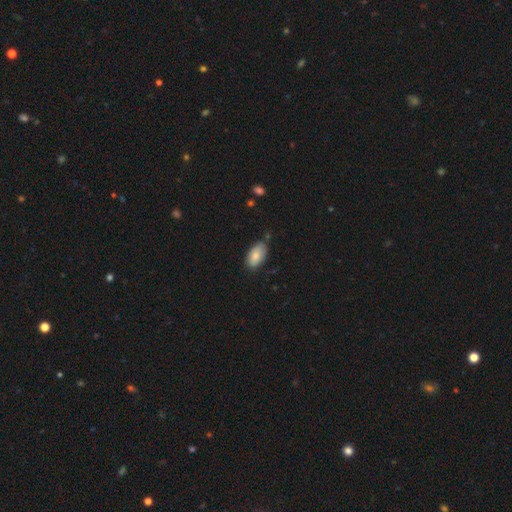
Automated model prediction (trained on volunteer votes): This is clearly a smooth galaxy (82%). How rounded: clearly in between (94%). Merging: likely none (69%).